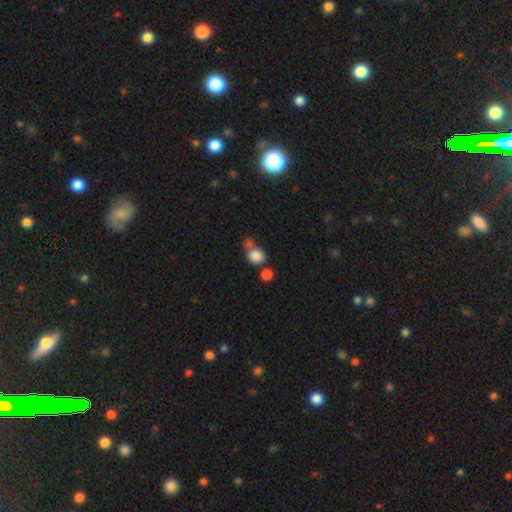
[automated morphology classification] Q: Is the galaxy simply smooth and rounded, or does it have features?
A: smooth — 84%.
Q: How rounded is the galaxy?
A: round — 82%.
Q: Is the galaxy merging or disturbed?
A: none — 52%.